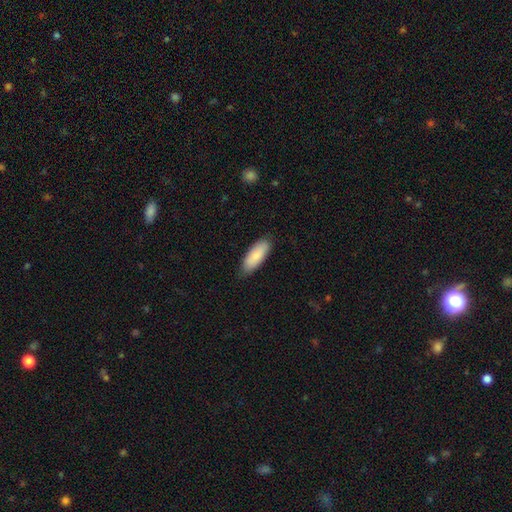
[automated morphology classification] Smooth or featured? smooth (85%)
How rounded? in between (72%)
Merging? none (84%)